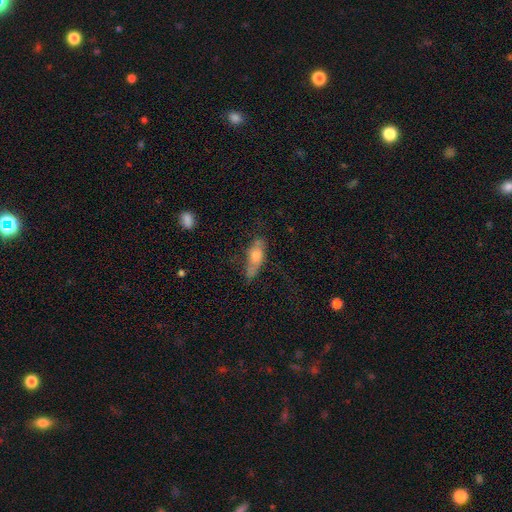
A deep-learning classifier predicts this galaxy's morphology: Smooth or featured? smooth (59%)
How rounded? in between (50%)
Merging? none (53%)